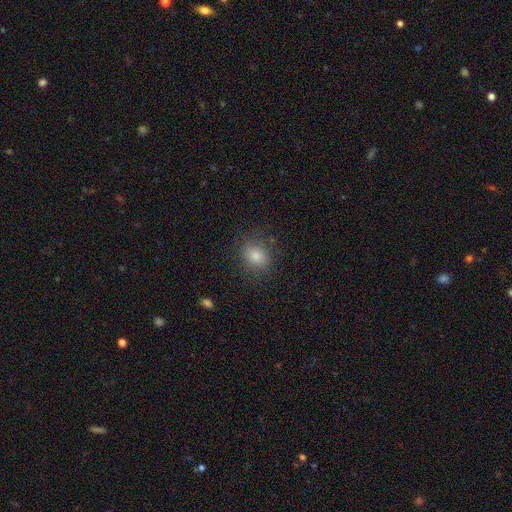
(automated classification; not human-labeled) This appears to be a smooth galaxy with no disk features (80%) that is round (61%). Merging: none (85%).